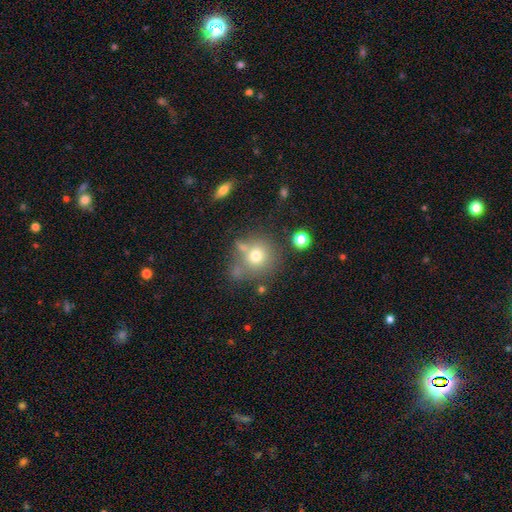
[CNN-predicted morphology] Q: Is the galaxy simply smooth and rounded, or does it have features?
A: smooth — 71%.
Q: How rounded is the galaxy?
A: round — 89%.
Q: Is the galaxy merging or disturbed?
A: none — 63%.